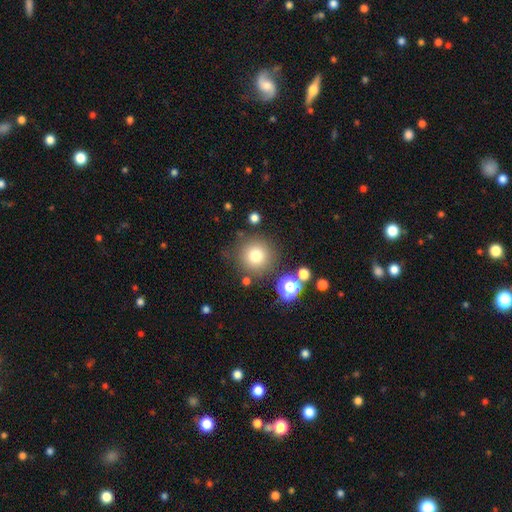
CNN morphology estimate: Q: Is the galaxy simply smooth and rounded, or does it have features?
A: smooth — 77%.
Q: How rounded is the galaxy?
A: round — 95%.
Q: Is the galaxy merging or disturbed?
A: none — 82%.